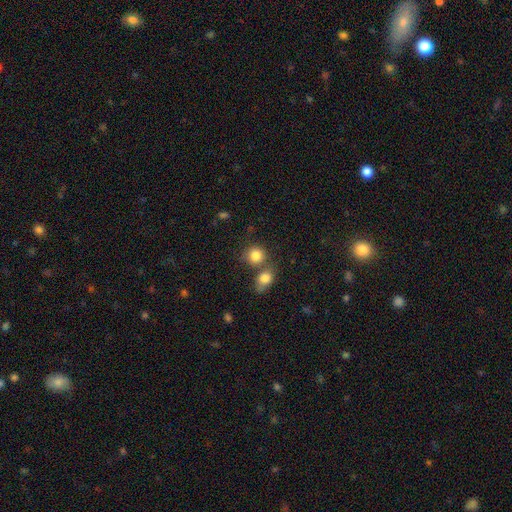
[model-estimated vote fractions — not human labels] This appears to be a smooth galaxy with no disk features (83%) that is round (83%). Merging: none (54%).